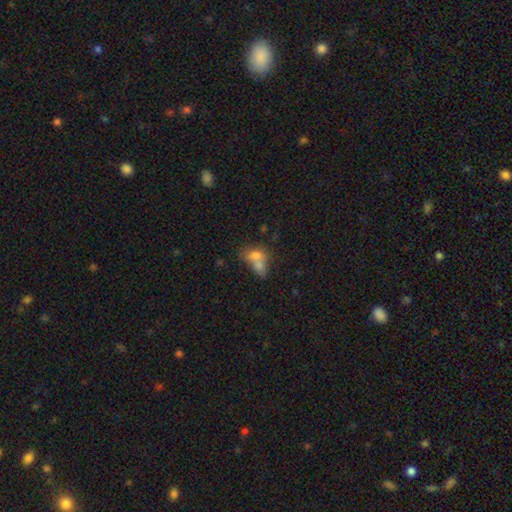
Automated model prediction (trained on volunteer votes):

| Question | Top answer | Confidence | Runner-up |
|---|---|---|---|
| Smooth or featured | smooth | 71% | featured or disk (19%) |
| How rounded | in between | 68% | round (29%) |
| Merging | merger | 68% | none (19%) |